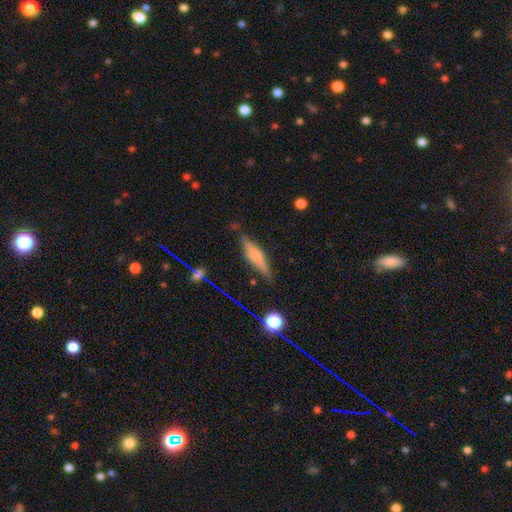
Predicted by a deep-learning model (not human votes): smooth 48%, featured or disk 41%, star or artifact 10%. Down the decision tree: merging — none (78%).